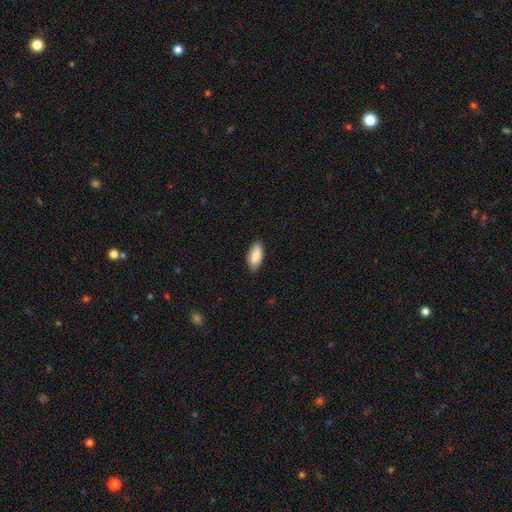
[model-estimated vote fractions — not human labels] This appears to be a smooth galaxy with no disk features (85%) that is in between round and cigar-shaped (90%). Merging: none (83%).